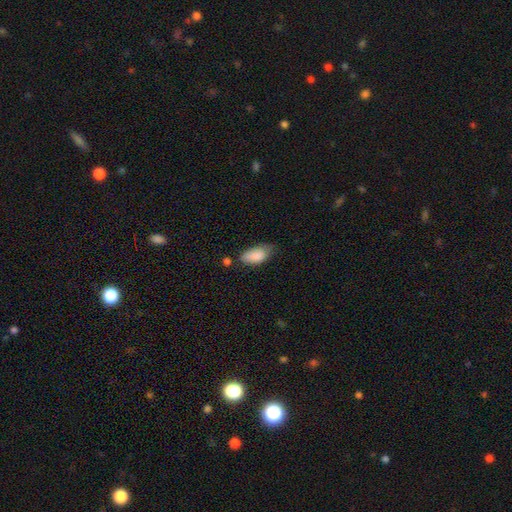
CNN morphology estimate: Overall: smooth (86%). How rounded: in between (92%). Merging: none (51%; minor disturbance 35%).